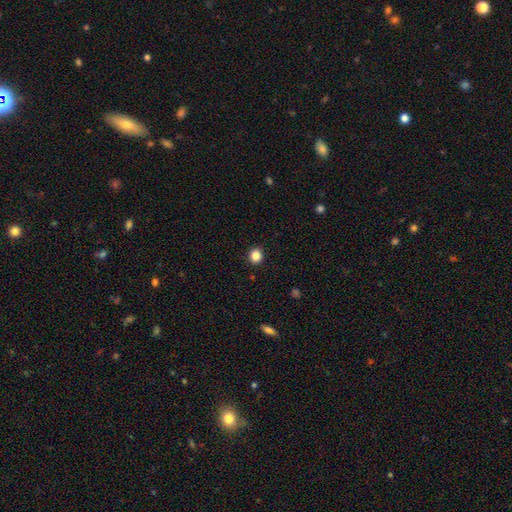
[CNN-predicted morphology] A smooth galaxy with no disk features (86%) that is round (85%).

Vote fractions:
- Smooth or featured? smooth: 86% / star or artifact: 11% / featured or disk: 3%
- How rounded? round: 85% / in between: 14% / cigar-shaped: 1%
- Merging? none: 92% / minor disturbance: 6% / major disturbance: 2% / merger: 1%